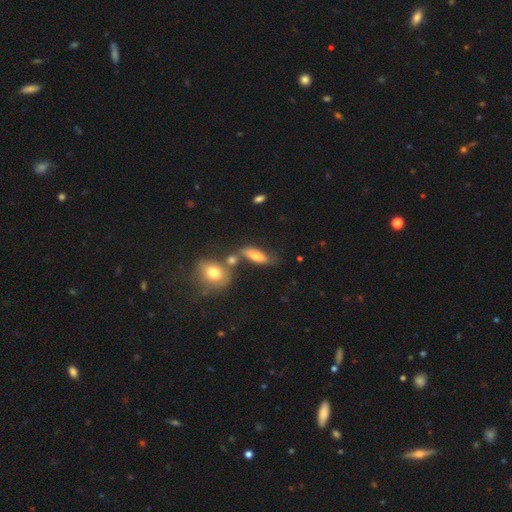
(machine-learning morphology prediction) Smooth or featured? Predicted: smooth (p=0.61). How rounded? Predicted: in between (p=0.63). Merging? Predicted: none (p=0.49).